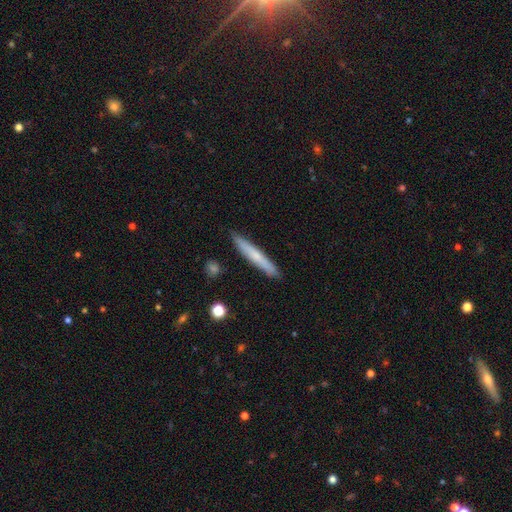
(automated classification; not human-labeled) Q: Smooth or featured?
A: smooth (59%); runner-up: featured or disk (35%)
Q: How rounded?
A: cigar-shaped (95%); runner-up: in between (3%)
Q: Merging?
A: none (90%); runner-up: minor disturbance (7%)